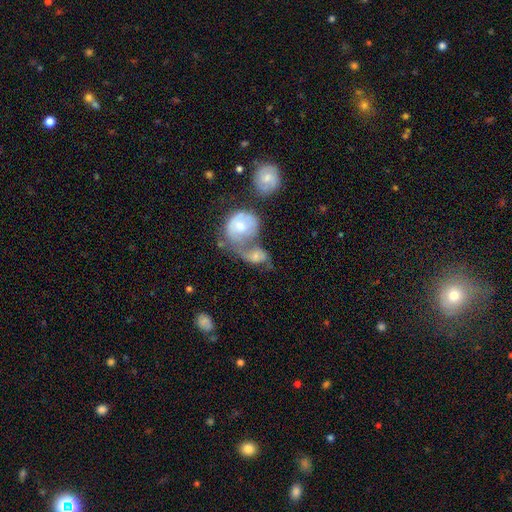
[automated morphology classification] Smooth or featured?
  - featured or disk: 46% *
  - smooth: 45%
  - star or artifact: 9%
Merging?
  - merger: 67% *
  - major disturbance: 13%
  - none: 12%
  - minor disturbance: 8%